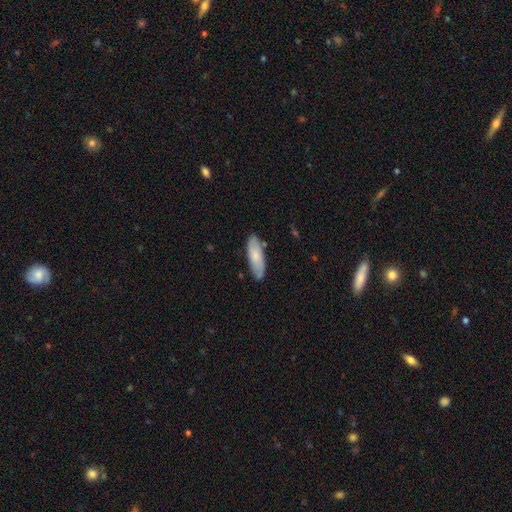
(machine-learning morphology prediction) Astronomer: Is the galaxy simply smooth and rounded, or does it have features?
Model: smooth — 72%.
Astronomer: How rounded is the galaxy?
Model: in between — 56% (runner-up: cigar-shaped, 43%).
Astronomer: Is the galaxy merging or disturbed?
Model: none — 81%.